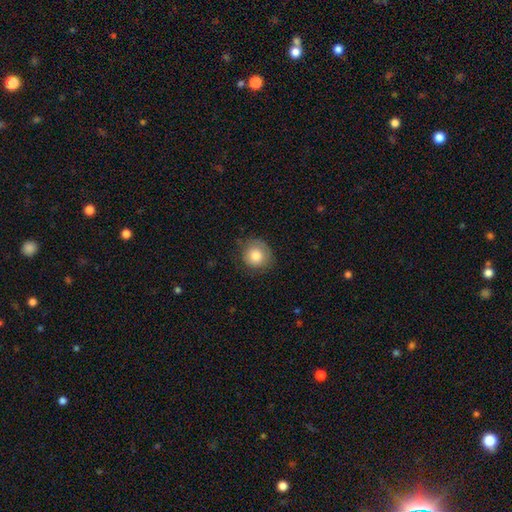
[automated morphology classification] This appears to be a smooth galaxy with no disk features (80%) that is round (88%). Merging: none (75%).